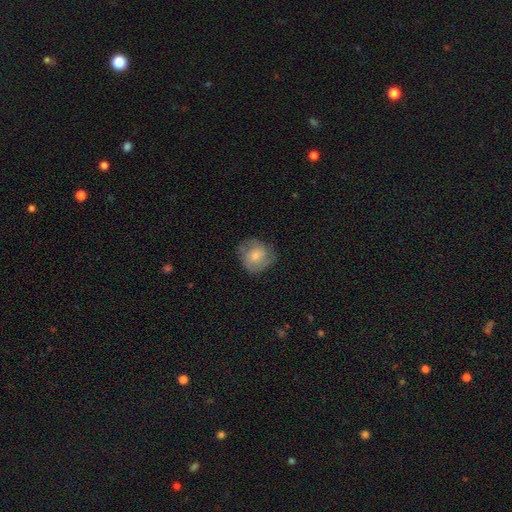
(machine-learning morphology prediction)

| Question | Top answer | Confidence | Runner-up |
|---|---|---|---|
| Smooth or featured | smooth | 51% | featured or disk (42%) |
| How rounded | round | 80% | in between (19%) |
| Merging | none | 66% | minor disturbance (23%) |